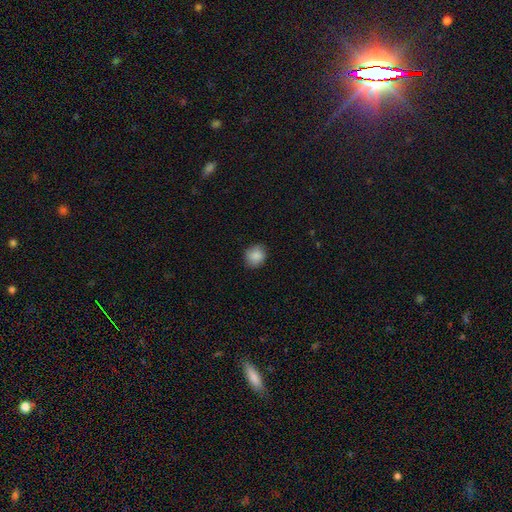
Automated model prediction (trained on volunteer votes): Smooth or featured? Predicted: smooth (p=0.88). How rounded? Predicted: round (p=0.78). Merging? Predicted: none (p=0.86).